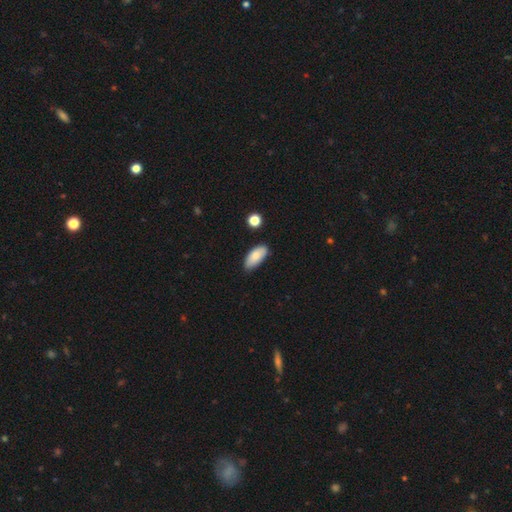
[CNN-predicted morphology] This is clearly a smooth galaxy (82%). How rounded: clearly in between (88%). Merging: likely none (80%).